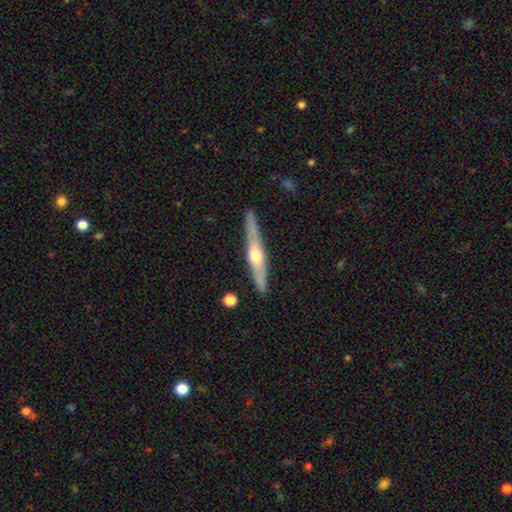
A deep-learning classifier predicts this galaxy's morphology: This appears to be a featured or disk galaxy (65%) viewed edge-on (95%) with a rounded central bulge (89%). Merging: none (89%).